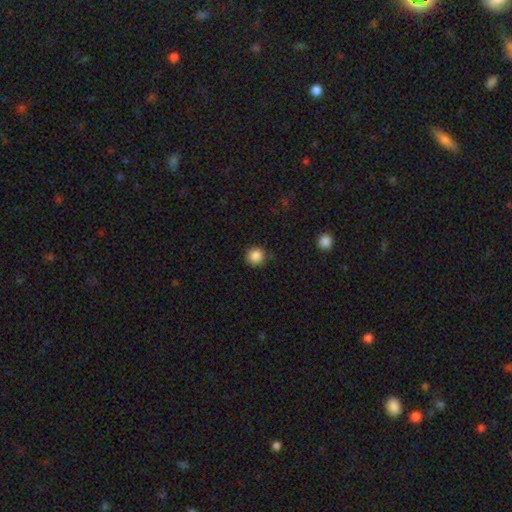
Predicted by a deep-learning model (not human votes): smooth_or_featured: smooth (p=0.87) [alt: star or artifact p=0.10]
how_rounded: round (p=0.93) [alt: in between p=0.06]
merging: none (p=0.85) [alt: minor disturbance p=0.11]